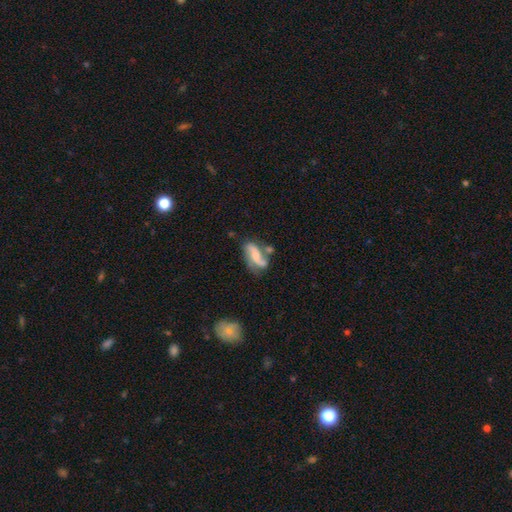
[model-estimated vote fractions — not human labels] This is likely a featured or disk galaxy (62%). It is clearly not viewed edge-on (92%). Bar: possibly no (51%). Spiral arm pattern: clearly yes (87%). Central bulge: marginally small (42%). Merging: marginally none (42%).